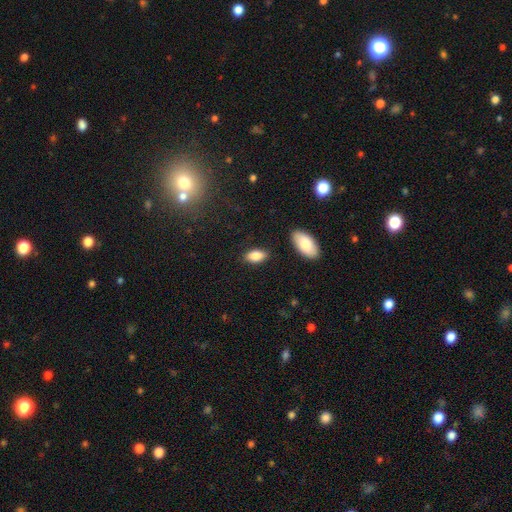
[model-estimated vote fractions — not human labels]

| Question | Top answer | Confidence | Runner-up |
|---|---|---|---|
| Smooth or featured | smooth | 85% | featured or disk (8%) |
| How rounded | in between | 92% | cigar-shaped (4%) |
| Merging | none | 86% | minor disturbance (10%) |